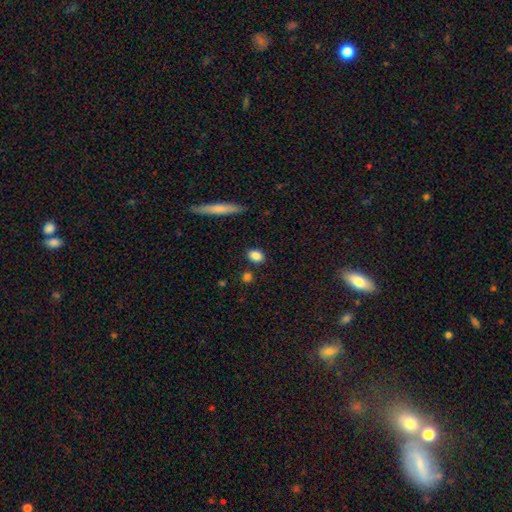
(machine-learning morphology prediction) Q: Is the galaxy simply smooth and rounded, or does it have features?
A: smooth — 86%.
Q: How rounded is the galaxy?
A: in between — 68%.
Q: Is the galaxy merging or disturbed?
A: none — 84%.